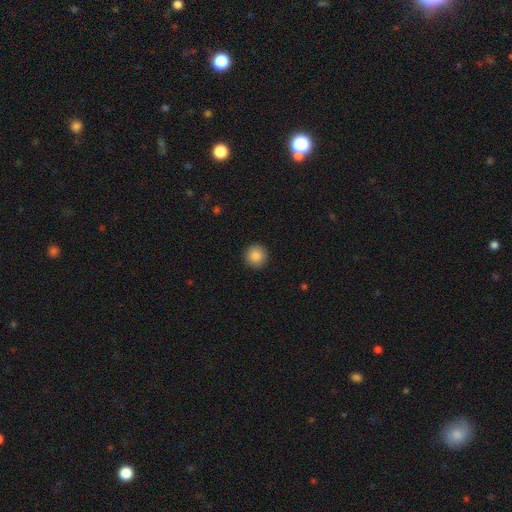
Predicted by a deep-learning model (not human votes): The model was most divided on "smooth or featured": smooth: 88%, star or artifact: 8%, featured or disk: 4%. More confident: how rounded — round (95%); merging — none (92%).